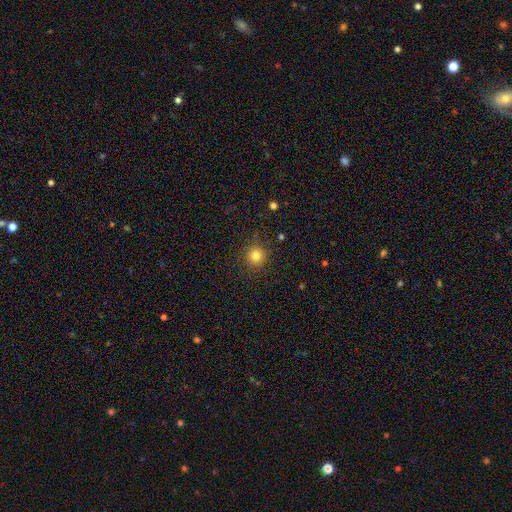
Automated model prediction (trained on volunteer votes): Smooth or featured?
  - smooth: 80% *
  - star or artifact: 13%
  - featured or disk: 6%
How rounded?
  - round: 93% *
  - in between: 6%
  - cigar-shaped: 1%
Merging?
  - none: 88% *
  - minor disturbance: 8%
  - major disturbance: 3%
  - merger: 1%